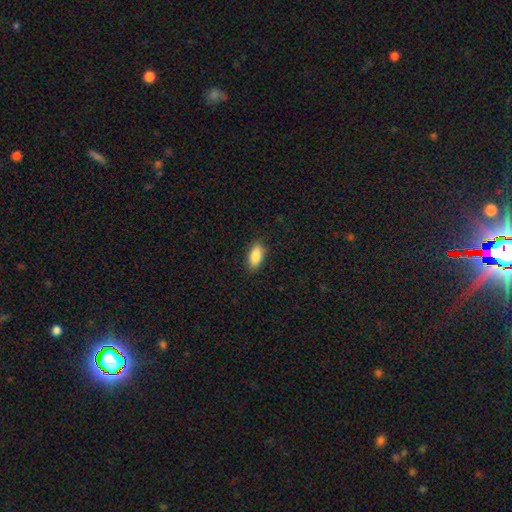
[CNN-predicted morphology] smooth_or_featured: smooth (p=0.85) [alt: featured or disk p=0.08]
how_rounded: in between (p=0.87) [alt: cigar-shaped p=0.10]
merging: none (p=0.88) [alt: minor disturbance p=0.09]